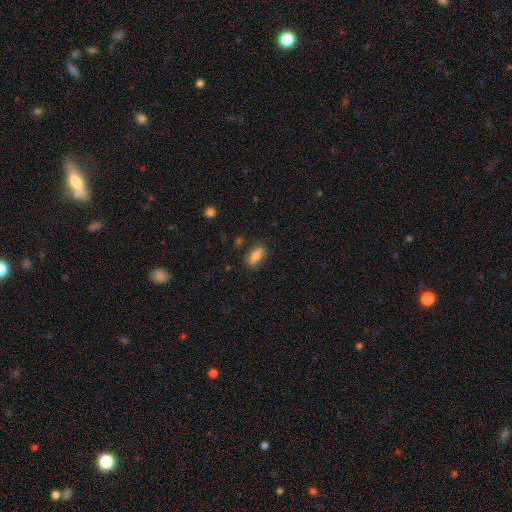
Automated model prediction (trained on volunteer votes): smooth-or-featured: smooth: 75% | featured or disk: 17% | star or artifact: 8%
  how-rounded: in between: 82% | cigar-shaped: 13% | round: 5%
  merging: none: 76% | minor disturbance: 17% | major disturbance: 5% | merger: 2%